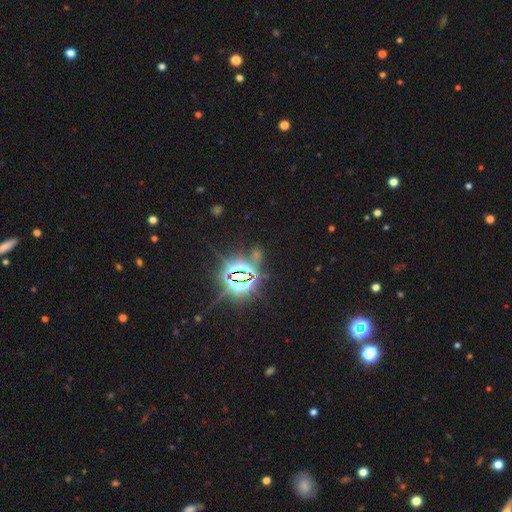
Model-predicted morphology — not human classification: Smooth or featured?
  - star or artifact: 86% *
  - smooth: 7%
  - featured or disk: 7%